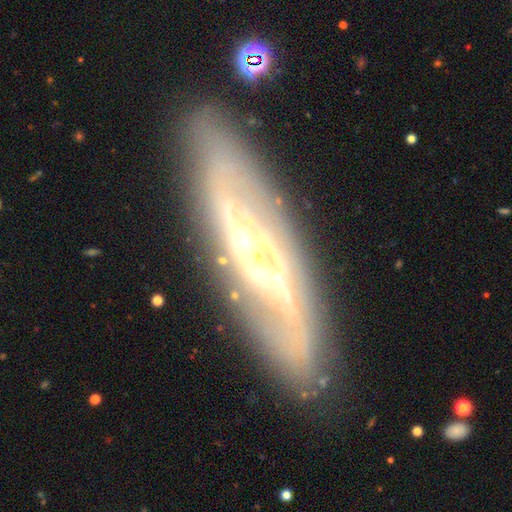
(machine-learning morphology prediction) smooth_or_featured: featured or disk (p=0.77) [alt: smooth p=0.16]
disk_edge_on: no (p=0.66) [alt: yes p=0.34]
bar: strong (p=0.40) [alt: weak p=0.34]
has_spiral_arms: yes (p=0.82) [alt: no p=0.18]
bulge_size: moderate (p=0.39) [alt: small p=0.26]
merging: none (p=0.78) [alt: minor disturbance p=0.14]